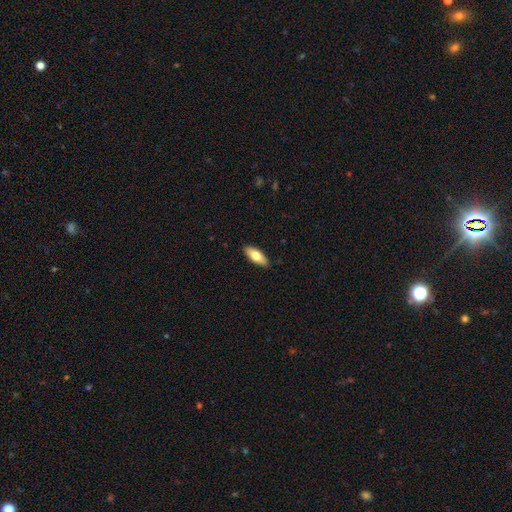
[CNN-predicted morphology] Smooth or featured? smooth (73%)
How rounded? in between (78%)
Merging? none (89%)